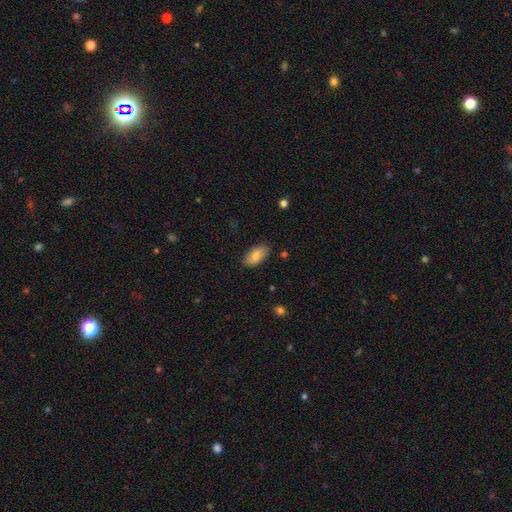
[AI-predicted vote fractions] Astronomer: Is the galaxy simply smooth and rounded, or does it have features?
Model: smooth — 81%.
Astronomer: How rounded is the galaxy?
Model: in between — 93%.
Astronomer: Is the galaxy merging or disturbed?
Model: none — 85%.